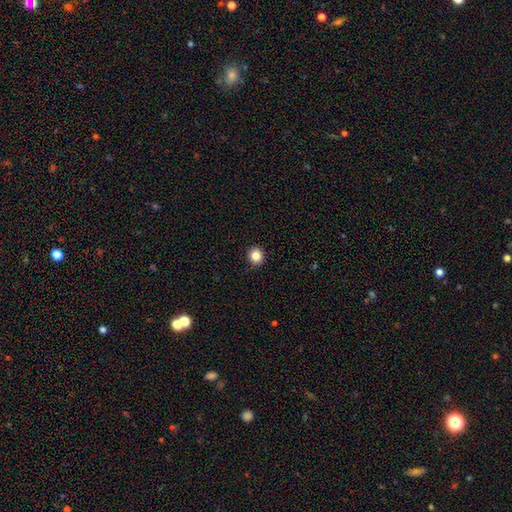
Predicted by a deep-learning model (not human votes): smooth-or-featured: smooth: 84% | star or artifact: 11% | featured or disk: 5%
  how-rounded: round: 88% | in between: 11% | cigar-shaped: 1%
  merging: none: 92% | minor disturbance: 5% | major disturbance: 2% | merger: 1%